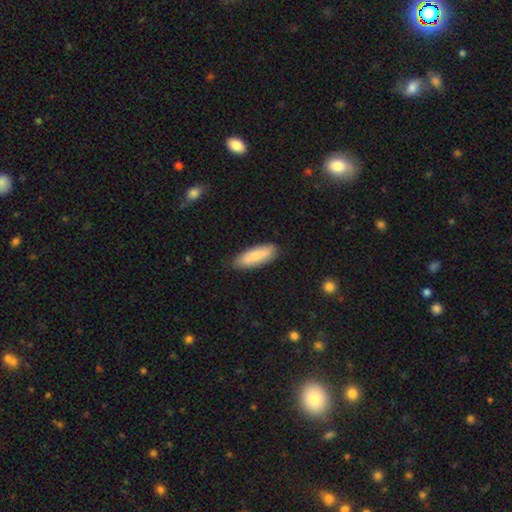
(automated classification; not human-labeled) Smooth or featured: smooth — 74% (featured or disk — 20%)
How rounded: in between — 58% (cigar-shaped — 40%)
Merging: none — 84% (minor disturbance — 12%)